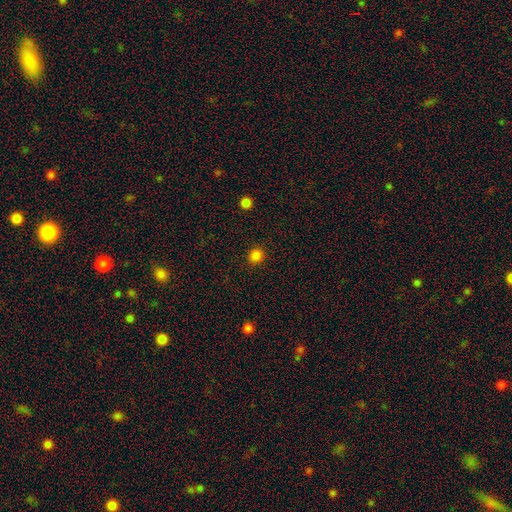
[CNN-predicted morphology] This appears to be a smooth galaxy with no disk features (84%) that is round (86%). Merging: none (91%).